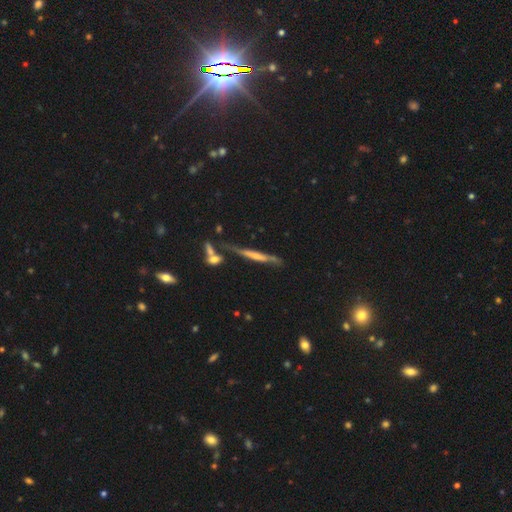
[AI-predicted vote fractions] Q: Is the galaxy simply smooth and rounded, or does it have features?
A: featured or disk — 56%.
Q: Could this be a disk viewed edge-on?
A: yes — 84%.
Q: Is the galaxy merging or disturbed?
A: none — 49%.